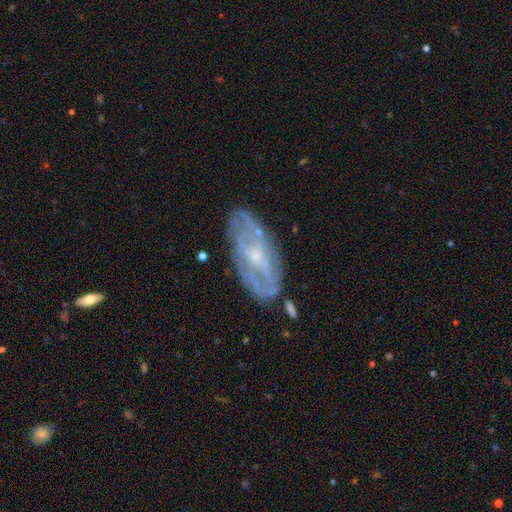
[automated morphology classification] The model was most divided on "spiral arms": yes: 63%, no: 37%. More confident: edge-on disk — no (89%); smooth or featured — featured or disk (74%); merging — none (72%); bulge size — small (68%); bar — no (61%).